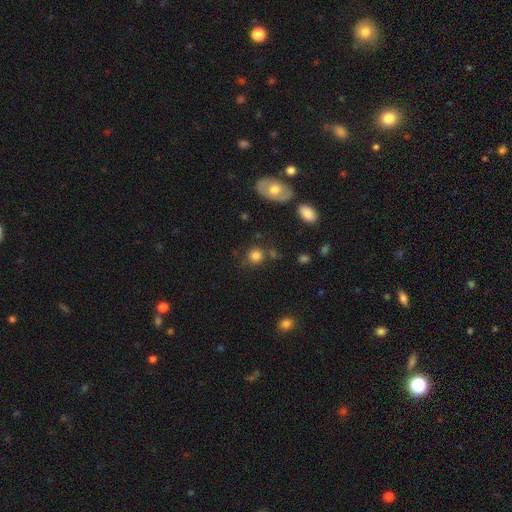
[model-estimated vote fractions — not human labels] A smooth galaxy with no disk features (82%) that is round (86%). Merging: none (76%).